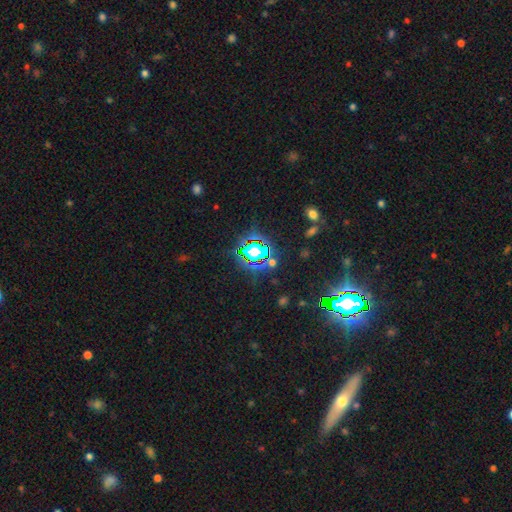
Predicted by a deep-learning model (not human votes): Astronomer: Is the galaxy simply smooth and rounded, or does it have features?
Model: star or artifact — 78%.